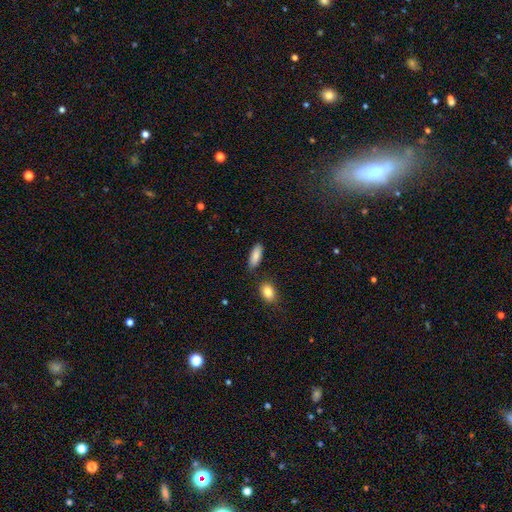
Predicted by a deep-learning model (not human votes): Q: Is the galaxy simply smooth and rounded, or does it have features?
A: smooth — 86%.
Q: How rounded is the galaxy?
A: in between — 71%.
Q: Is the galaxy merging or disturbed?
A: none — 82%.